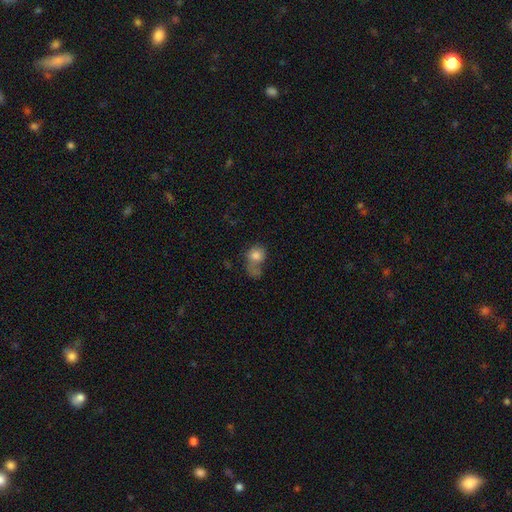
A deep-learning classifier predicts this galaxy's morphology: A smooth galaxy with no disk features (76%) that is round (64%). Merging: merger (31%).